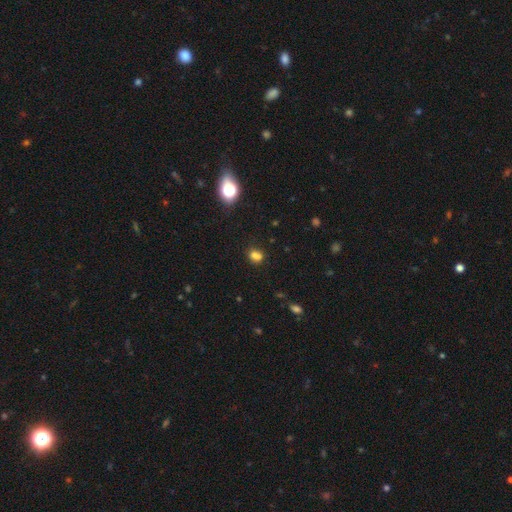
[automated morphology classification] Overall: smooth (74%). How rounded: round (57%; in between 42%). Merging: none (55%; merger 28%).